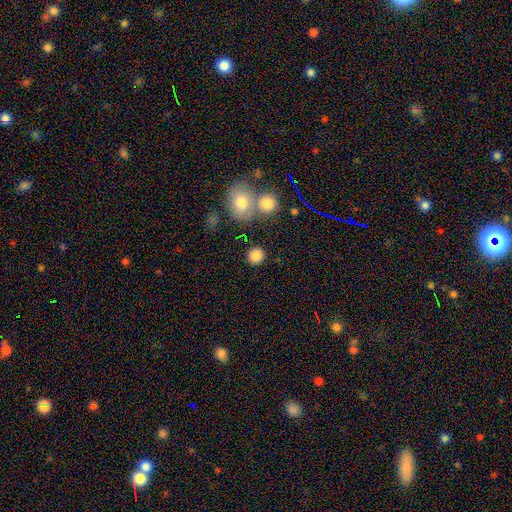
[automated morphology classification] Q: Smooth or featured?
A: smooth (84%); runner-up: star or artifact (11%)
Q: How rounded?
A: round (90%); runner-up: in between (9%)
Q: Merging?
A: none (82%); runner-up: minor disturbance (8%)